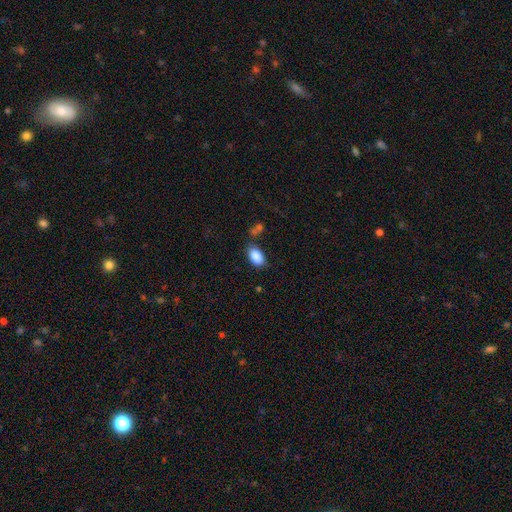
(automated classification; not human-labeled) This is clearly a smooth galaxy (87%). How rounded: clearly in between (92%). Merging: likely none (76%).